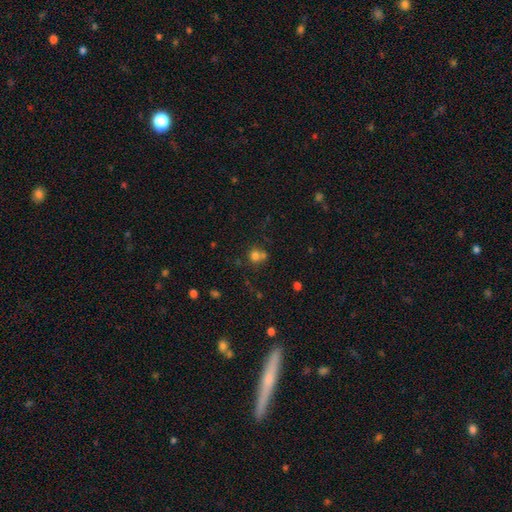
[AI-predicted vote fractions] A smooth galaxy with no disk features (72%) that is round (81%). Merging: none (45%).